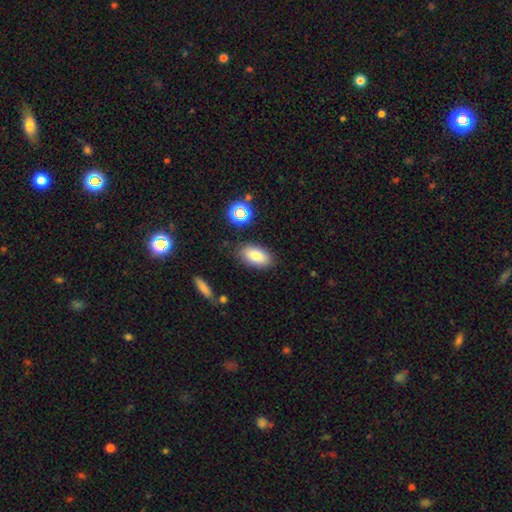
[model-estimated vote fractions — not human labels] A smooth galaxy with no disk features (79%) that is in between round and cigar-shaped (91%).

Vote fractions:
- Smooth or featured? smooth: 79% / featured or disk: 11% / star or artifact: 10%
- How rounded? in between: 91% / round: 6% / cigar-shaped: 3%
- Merging? none: 83% / minor disturbance: 11% / major disturbance: 3% / merger: 3%